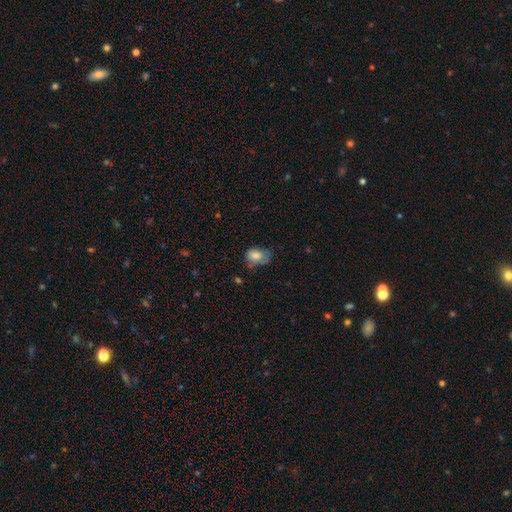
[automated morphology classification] The model was most divided on "merging": minor disturbance: 39%, none: 35%, major disturbance: 22%, merger: 4%. More confident: smooth or featured — smooth (75%); how rounded — in between (73%).